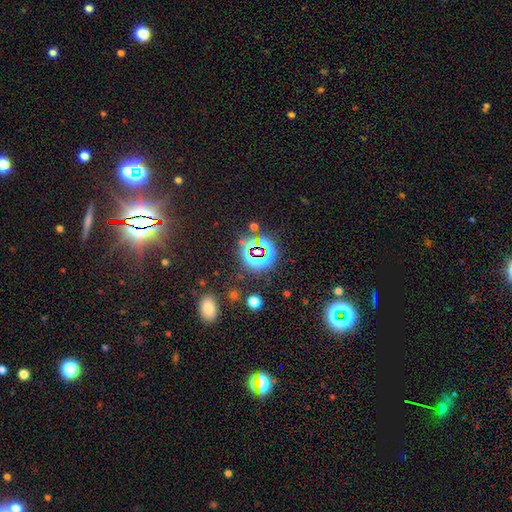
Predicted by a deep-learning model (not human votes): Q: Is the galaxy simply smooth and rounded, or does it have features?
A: star or artifact — 75%.